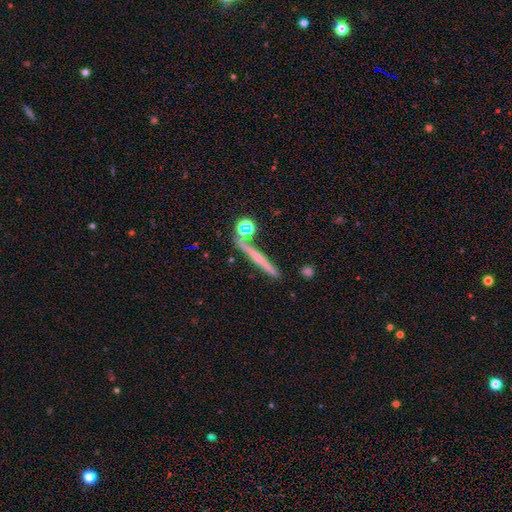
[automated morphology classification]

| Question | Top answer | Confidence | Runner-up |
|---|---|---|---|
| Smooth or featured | featured or disk | 55% | smooth (34%) |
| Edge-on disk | yes | 95% | no (5%) |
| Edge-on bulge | rounded | 47% | none (45%) |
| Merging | none | 78% | minor disturbance (9%) |